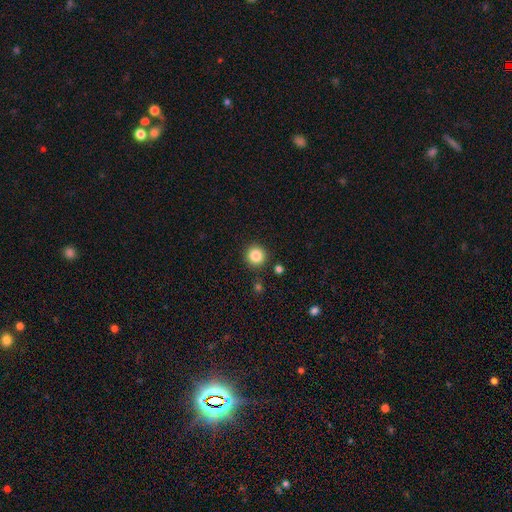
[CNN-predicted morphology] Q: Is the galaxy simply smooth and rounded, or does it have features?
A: smooth — 86%.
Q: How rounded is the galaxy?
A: round — 94%.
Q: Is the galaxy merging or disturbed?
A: none — 89%.